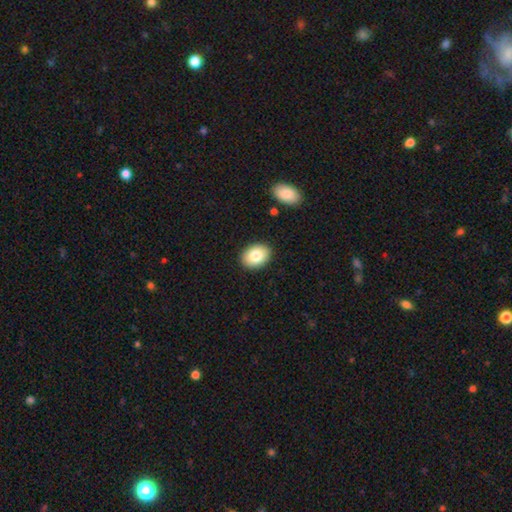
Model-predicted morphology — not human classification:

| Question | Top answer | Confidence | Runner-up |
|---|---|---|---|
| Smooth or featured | smooth | 82% | featured or disk (10%) |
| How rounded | in between | 75% | round (24%) |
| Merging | none | 89% | minor disturbance (8%) |